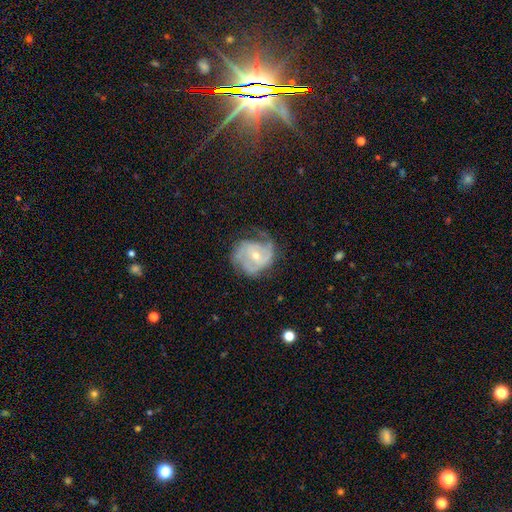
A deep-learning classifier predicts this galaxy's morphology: Smooth or featured? featured or disk (79%)
Edge-on disk? no (97%)
Bar? no (47%)
Spiral arms? yes (89%)
Spiral winding? medium (42%)
Spiral arm count? 2 (44%)
Bulge size? small (56%)
Merging? none (52%)